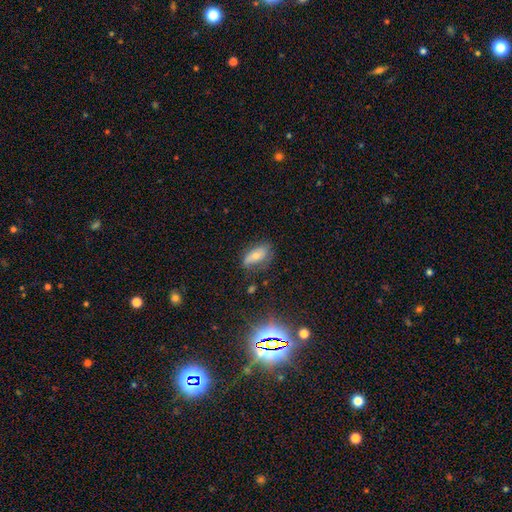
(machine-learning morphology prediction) This is likely a smooth galaxy (62%). How rounded: clearly in between (85%). Merging: possibly none (58%).